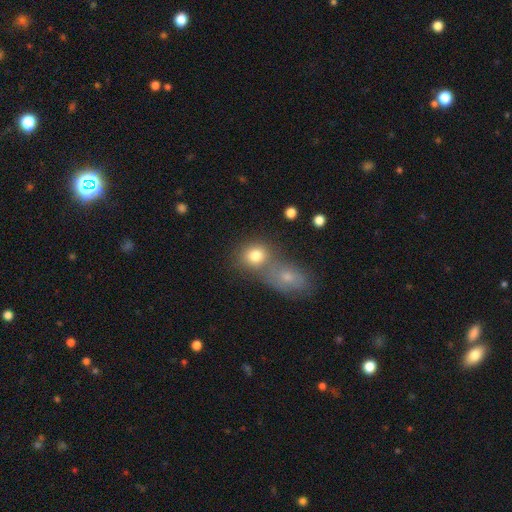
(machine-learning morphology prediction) Q: Smooth or featured?
A: smooth (79%); runner-up: star or artifact (11%)
Q: How rounded?
A: round (64%); runner-up: in between (34%)
Q: Merging?
A: merger (44%); runner-up: none (42%)